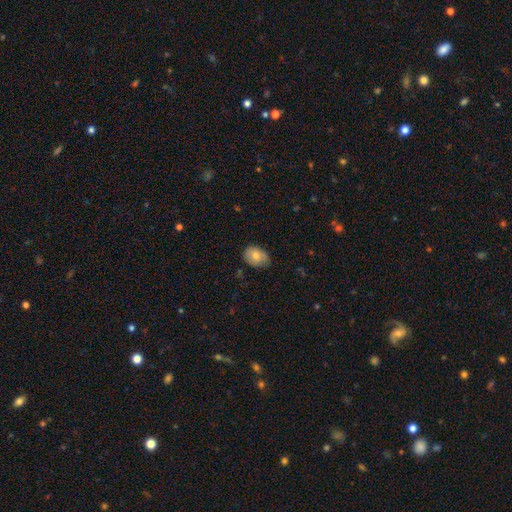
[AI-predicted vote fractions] Overall: smooth (77%). How rounded: in between (73%). Merging: none (66%; minor disturbance 28%).